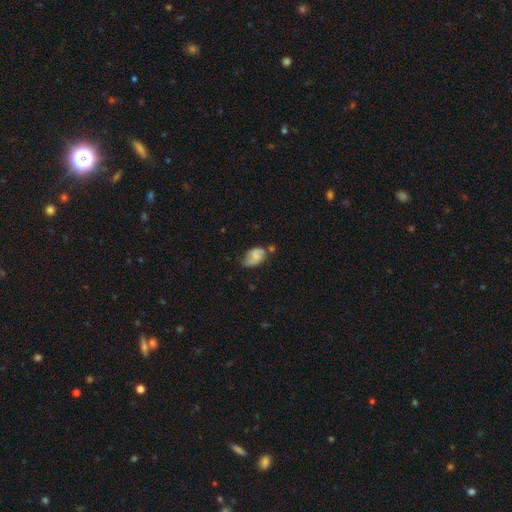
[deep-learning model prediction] A smooth galaxy with no disk features (51%) that is in between round and cigar-shaped (84%). Merging: none (41%).